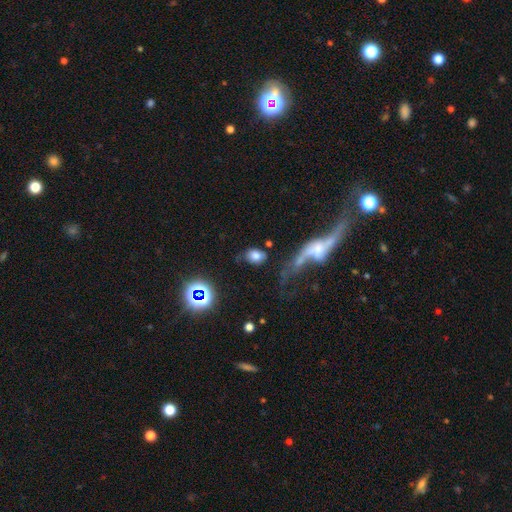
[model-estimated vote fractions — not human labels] This is likely a smooth galaxy (72%). How rounded: likely in between (70%). Merging: possibly none (59%).